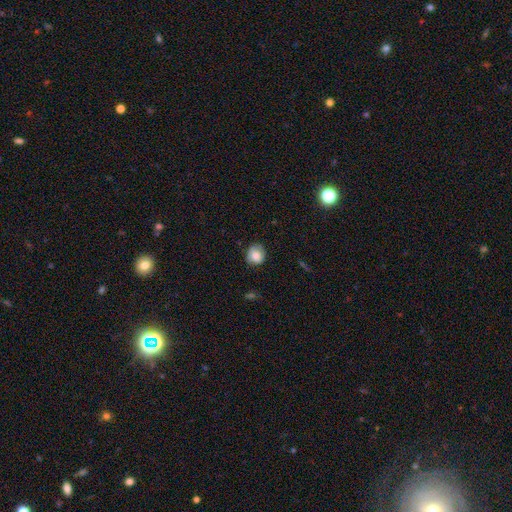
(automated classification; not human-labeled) smooth 82%, featured or disk 9%, star or artifact 9%. Down the decision tree: how rounded — round (80%); merging — none (74%).